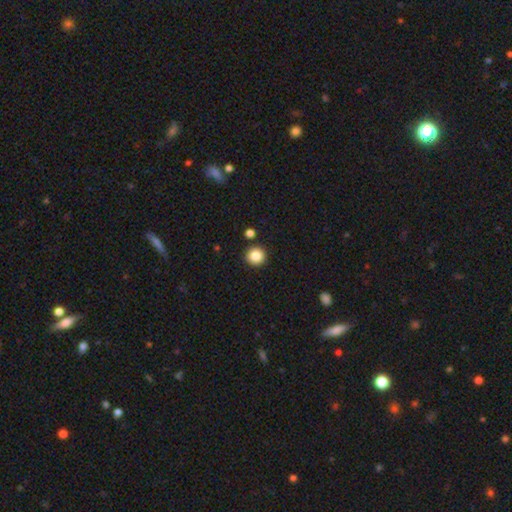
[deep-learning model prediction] The model was most divided on "smooth or featured": smooth: 85%, star or artifact: 10%, featured or disk: 4%. More confident: how rounded — round (95%); merging — none (89%).